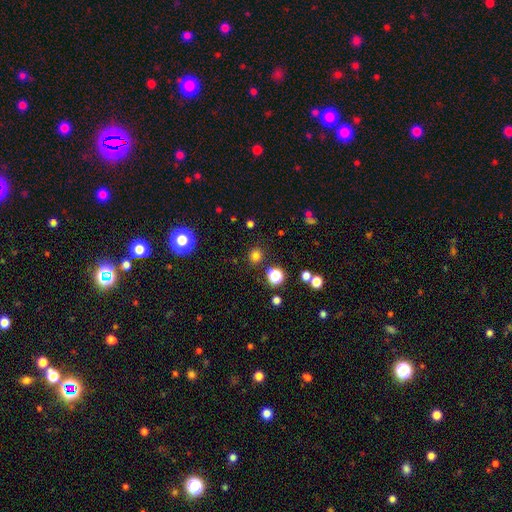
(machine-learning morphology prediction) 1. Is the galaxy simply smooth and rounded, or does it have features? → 77% smooth, 19% star or artifact, 4% featured or disk.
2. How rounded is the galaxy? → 87% round, 12% in between, 1% cigar-shaped.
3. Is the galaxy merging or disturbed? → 87% none, 7% minor disturbance, 3% major disturbance, 3% merger.